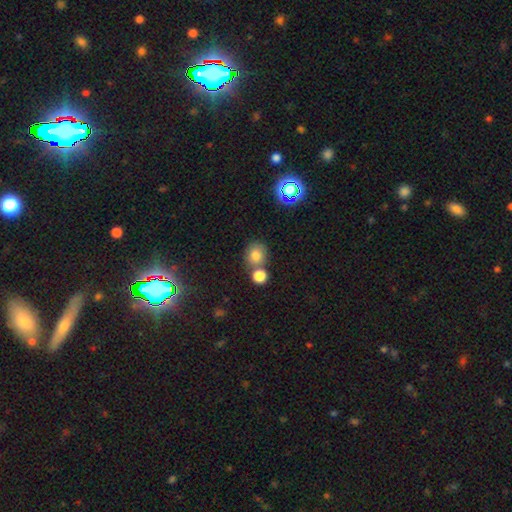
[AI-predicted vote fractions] This appears to be a smooth galaxy with no disk features (77%) that is round (75%). Merging: none (57%).